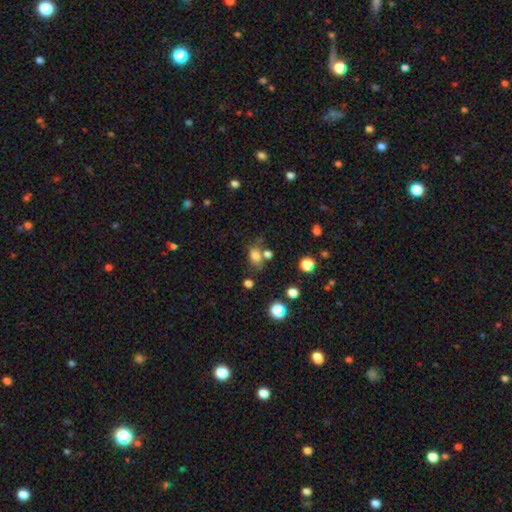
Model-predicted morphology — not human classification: Smooth or featured? Predicted: smooth (p=0.77). How rounded? Predicted: in between (p=0.69). Merging? Predicted: none (p=0.56).